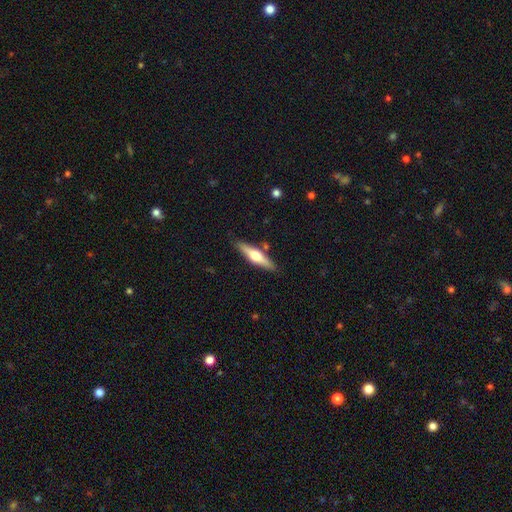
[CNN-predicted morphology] Smooth or featured? Predicted: featured or disk (p=0.59). Edge-on disk? Predicted: yes (p=0.95). Edge-on bulge? Predicted: rounded (p=0.93). Merging? Predicted: none (p=0.85).